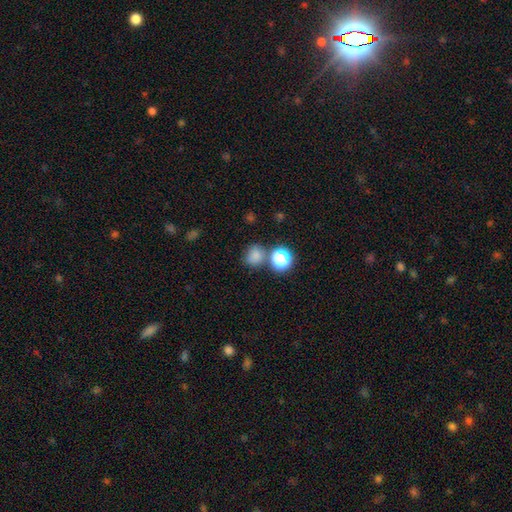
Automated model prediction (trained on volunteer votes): Overall: smooth (76%). How rounded: round (75%). Merging: none (67%).